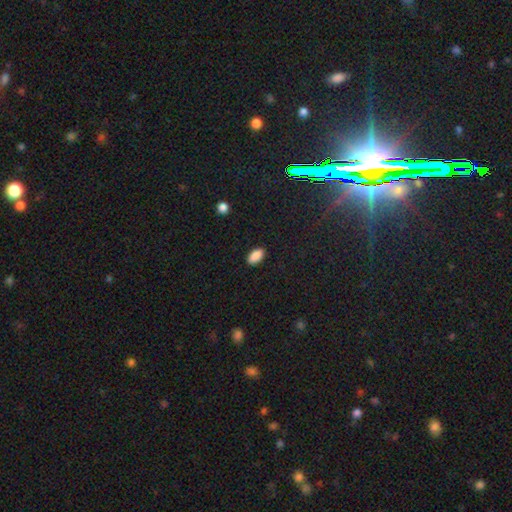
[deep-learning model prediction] Smooth or featured? Predicted: smooth (p=0.89). How rounded? Predicted: in between (p=0.93). Merging? Predicted: none (p=0.89).